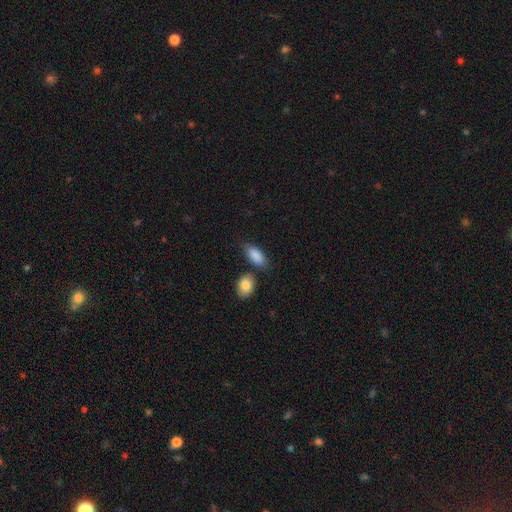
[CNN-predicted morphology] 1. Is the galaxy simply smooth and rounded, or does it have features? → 88% smooth, 6% star or artifact, 6% featured or disk.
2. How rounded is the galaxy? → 88% in between, 8% cigar-shaped, 4% round.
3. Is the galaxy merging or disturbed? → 66% none, 17% minor disturbance, 12% merger, 4% major disturbance.